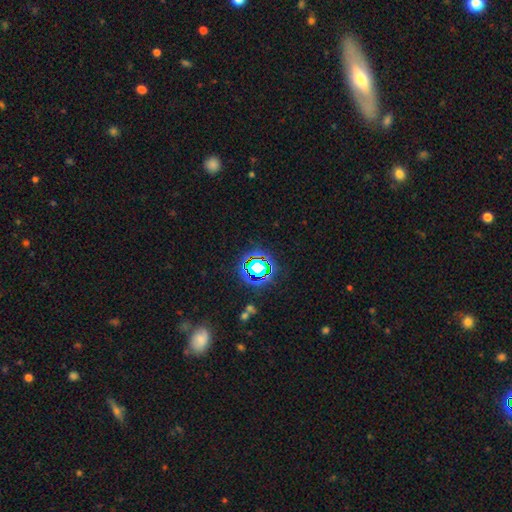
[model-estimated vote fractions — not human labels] A star or artifact, not a galaxy (77%).